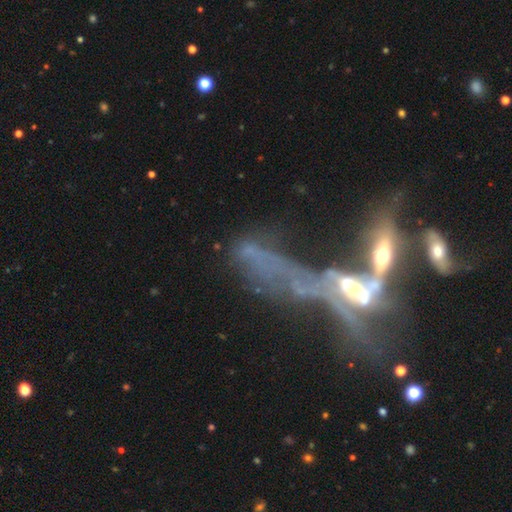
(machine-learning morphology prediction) Smooth or featured? Predicted: featured or disk (p=0.62). Edge-on disk? Predicted: no (p=0.70). Merging? Predicted: merger (p=0.56).